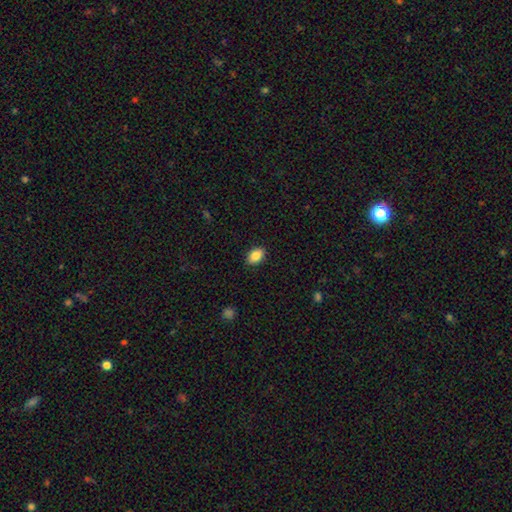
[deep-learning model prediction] Smooth or featured? smooth (86%)
How rounded? in between (78%)
Merging? none (89%)